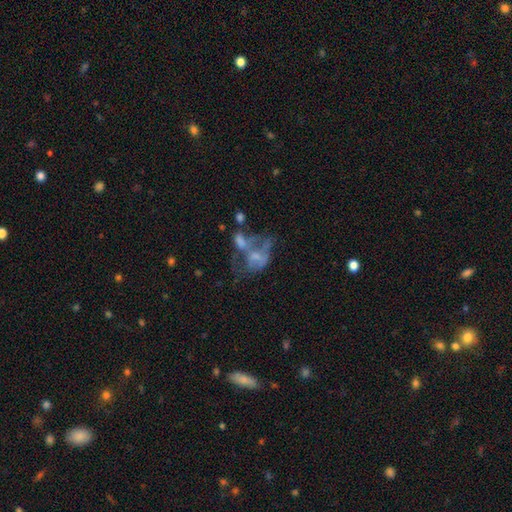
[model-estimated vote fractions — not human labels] Morphology: type=featured or disk (53%); edge-on=no (97%); bar=no (80%); spiral arms=no (78%); bulge=none (36%); merging=merger (50%).